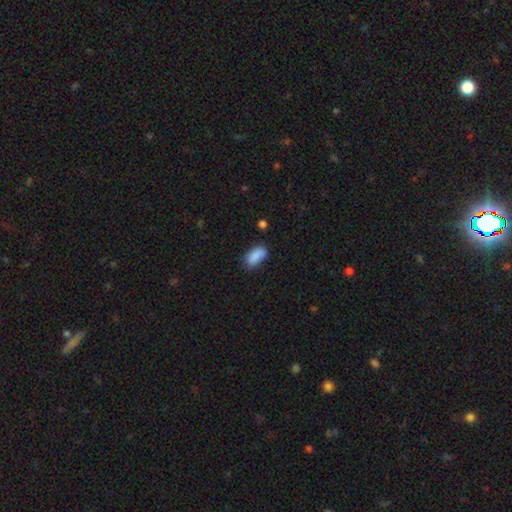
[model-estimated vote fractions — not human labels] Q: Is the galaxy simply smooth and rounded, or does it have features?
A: smooth — 86%.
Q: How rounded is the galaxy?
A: in between — 91%.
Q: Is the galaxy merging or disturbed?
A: none — 65%.